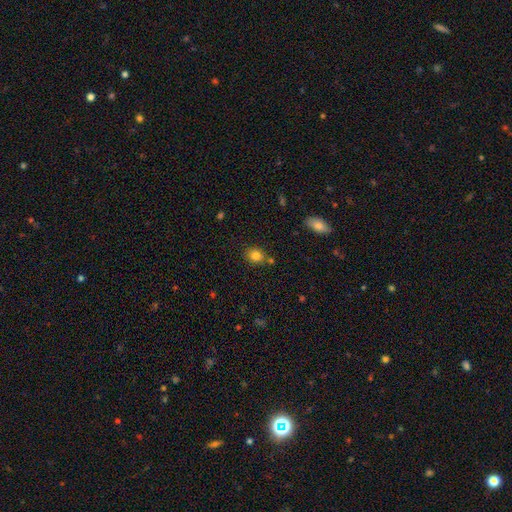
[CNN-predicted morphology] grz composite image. It shows a smooth galaxy with no disk features (82%) that is round (67%). Merging: none (76%).